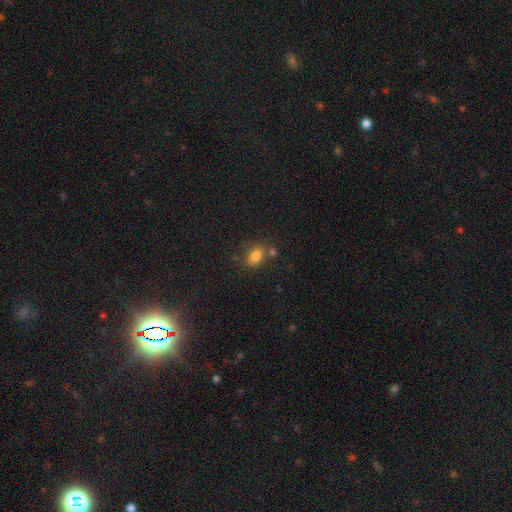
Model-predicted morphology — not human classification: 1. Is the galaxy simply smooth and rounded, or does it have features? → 80% smooth, 12% star or artifact, 8% featured or disk.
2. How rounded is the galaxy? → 76% in between, 22% round, 2% cigar-shaped.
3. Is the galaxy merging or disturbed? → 63% none, 17% merger, 15% minor disturbance, 5% major disturbance.